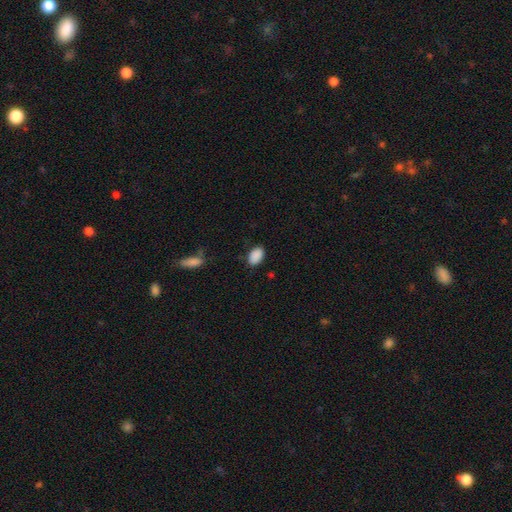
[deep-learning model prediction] A smooth galaxy with no disk features (89%) that is in between round and cigar-shaped (90%).

Vote fractions:
- Smooth or featured? smooth: 89% / star or artifact: 8% / featured or disk: 3%
- How rounded? in between: 90% / round: 9% / cigar-shaped: 1%
- Merging? none: 82% / minor disturbance: 13% / major disturbance: 3% / merger: 2%